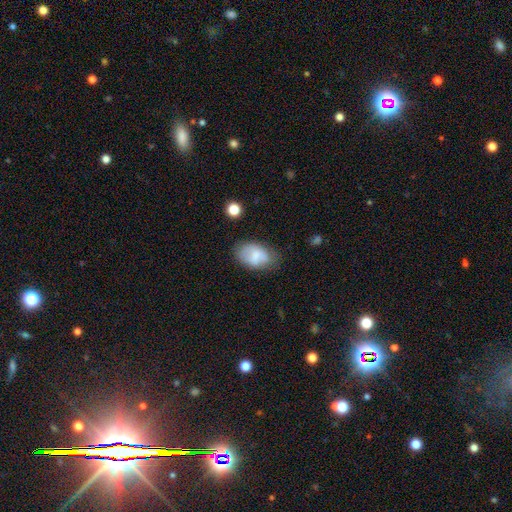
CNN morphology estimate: Smooth or featured: smooth — 73% (featured or disk — 19%)
How rounded: in between — 90% (round — 9%)
Merging: none — 66% (minor disturbance — 24%)